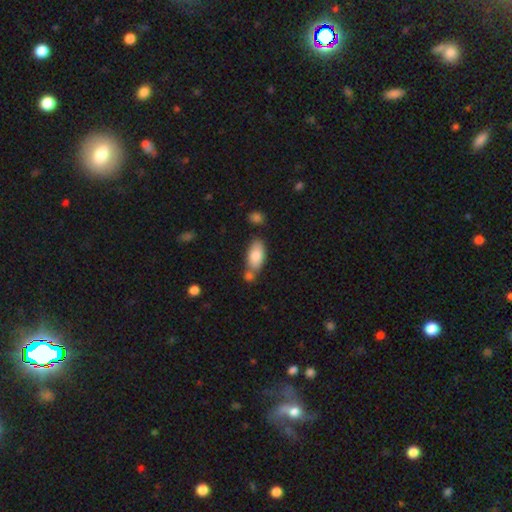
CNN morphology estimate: The model was most divided on "merging": none: 56%, merger: 25%, minor disturbance: 15%, major disturbance: 4%. More confident: how rounded — in between (90%); smooth or featured — smooth (82%).